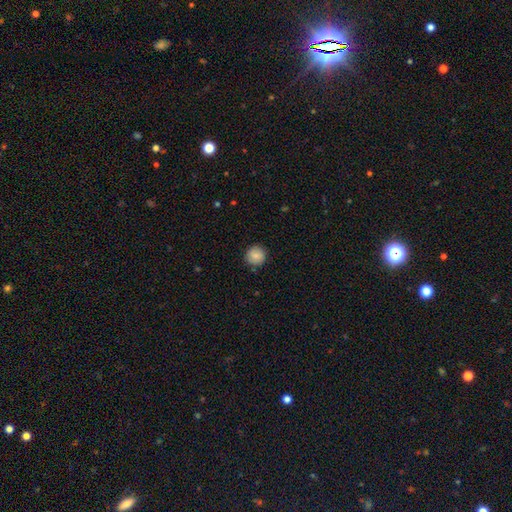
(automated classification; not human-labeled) A smooth galaxy with no disk features (83%) that is round (92%). Merging: none (86%).